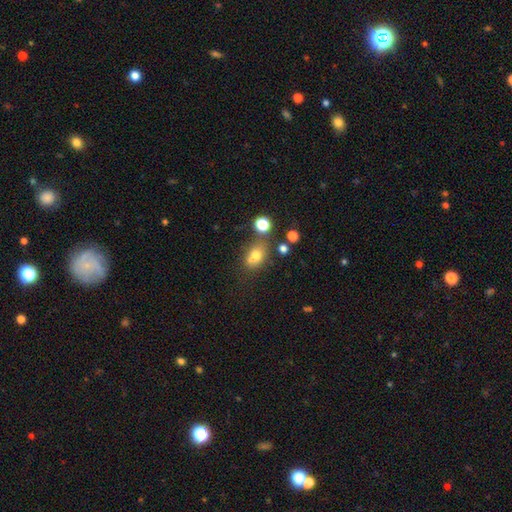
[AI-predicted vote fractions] A smooth galaxy with no disk features (72%) that is in between round and cigar-shaped (67%). Merging: none (55%).